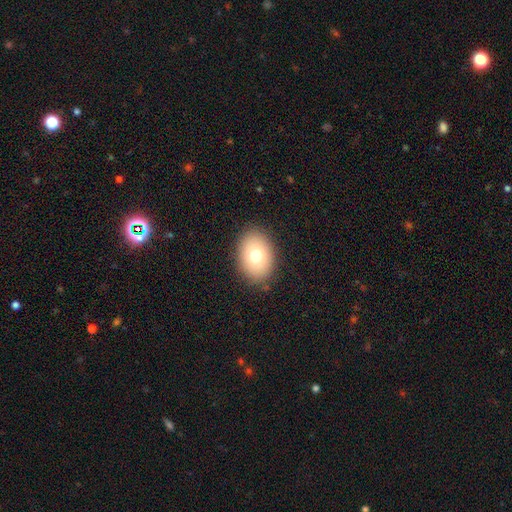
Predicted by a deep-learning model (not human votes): Smooth or featured? smooth (74%)
How rounded? in between (73%)
Merging? none (87%)